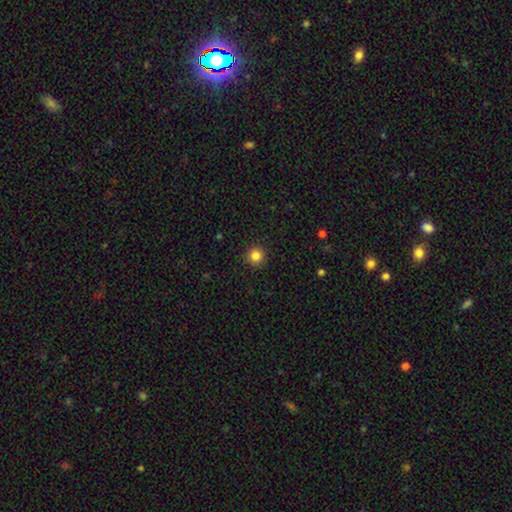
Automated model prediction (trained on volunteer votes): Smooth or featured: smooth — 84% (star or artifact — 11%)
How rounded: round — 95% (in between — 4%)
Merging: none — 92% (minor disturbance — 5%)